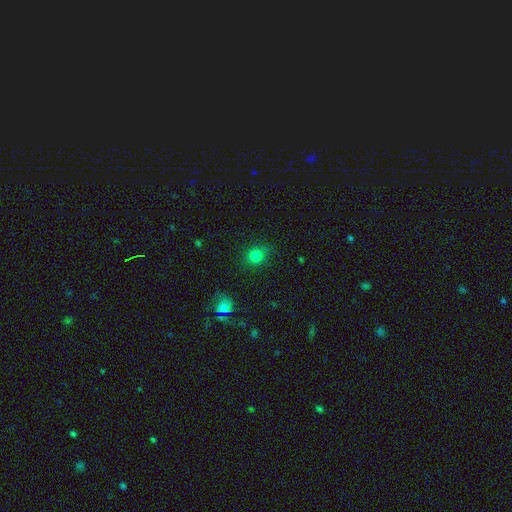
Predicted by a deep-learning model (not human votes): smooth_or_featured: smooth (p=0.80) [alt: star or artifact p=0.14]
how_rounded: round (p=0.75) [alt: in between p=0.23]
merging: none (p=0.79) [alt: minor disturbance p=0.15]